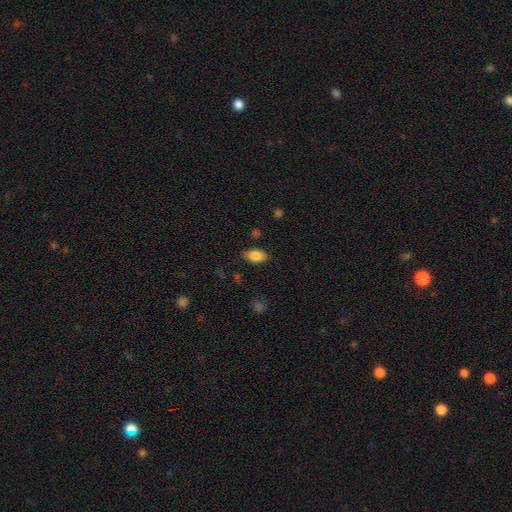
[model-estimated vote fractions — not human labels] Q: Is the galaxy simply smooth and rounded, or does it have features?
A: smooth — 82%.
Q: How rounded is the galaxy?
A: in between — 90%.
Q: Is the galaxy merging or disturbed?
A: none — 82%.